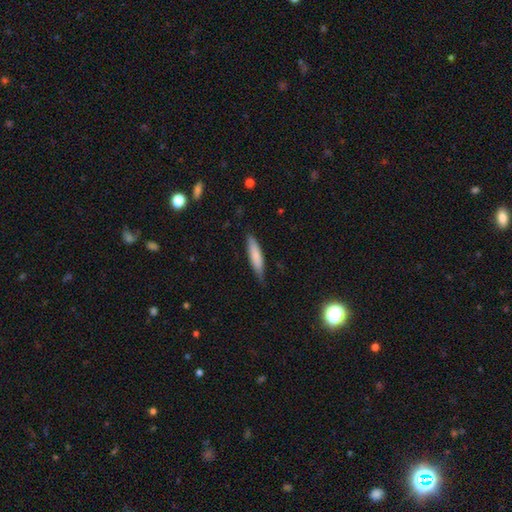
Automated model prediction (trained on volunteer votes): Smooth or featured?
  - smooth: 79% *
  - featured or disk: 15%
  - star or artifact: 6%
How rounded?
  - cigar-shaped: 80% *
  - in between: 19%
  - round: 1%
Merging?
  - none: 75% *
  - minor disturbance: 21%
  - major disturbance: 3%
  - merger: 1%